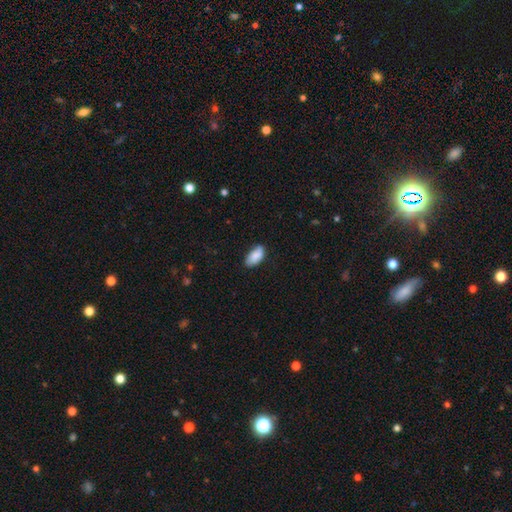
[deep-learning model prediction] smooth-or-featured: smooth: 86% | featured or disk: 7% | star or artifact: 7%
  how-rounded: in between: 93% | cigar-shaped: 5% | round: 3%
  merging: none: 75% | minor disturbance: 20% | major disturbance: 3% | merger: 2%